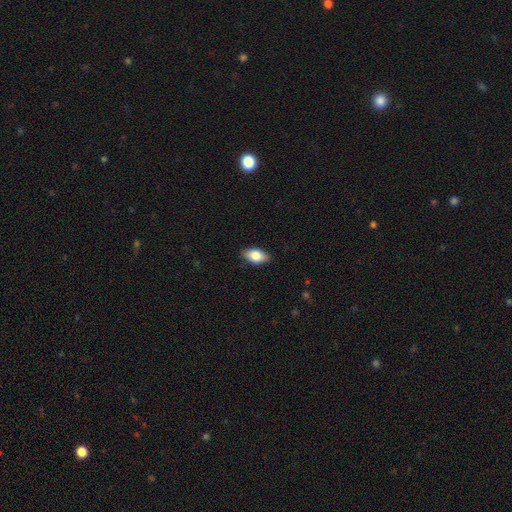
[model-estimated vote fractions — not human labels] This appears to be a smooth galaxy with no disk features (80%) that is in between round and cigar-shaped (90%). Merging: none (86%).